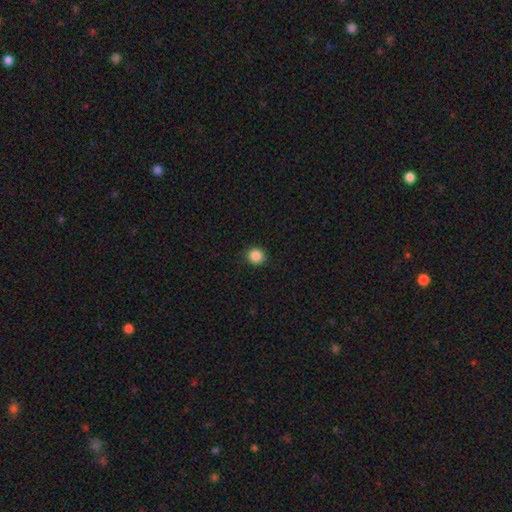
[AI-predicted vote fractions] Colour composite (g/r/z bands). It shows a smooth galaxy with no disk features (87%) that is round (91%). Merging: none (90%).